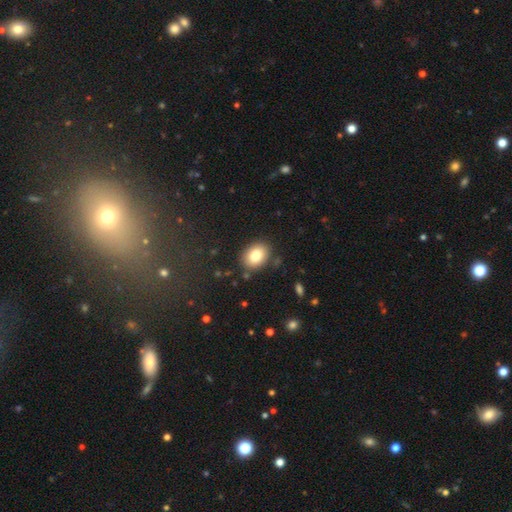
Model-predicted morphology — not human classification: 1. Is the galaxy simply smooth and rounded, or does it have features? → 82% smooth, 10% featured or disk, 9% star or artifact.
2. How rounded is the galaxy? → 67% in between, 32% round, 1% cigar-shaped.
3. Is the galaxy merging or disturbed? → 85% none, 10% minor disturbance, 3% major disturbance, 2% merger.